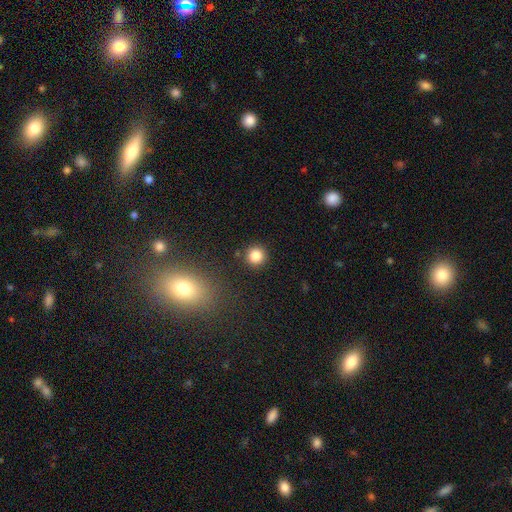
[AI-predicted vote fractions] The model was most divided on "smooth or featured": smooth: 83%, star or artifact: 12%, featured or disk: 5%. More confident: how rounded — round (94%); merging — none (89%).